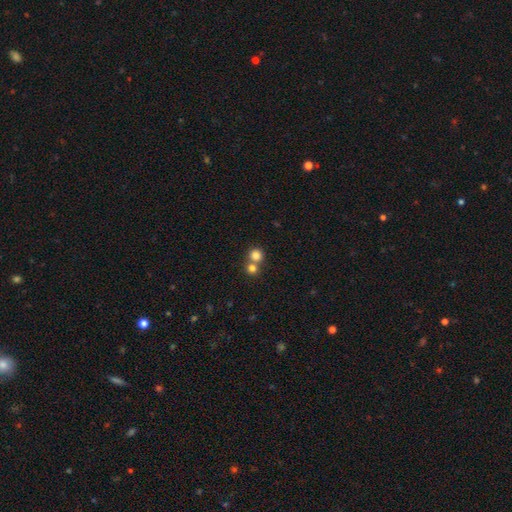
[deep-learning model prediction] smooth 81%, star or artifact 12%, featured or disk 8%. Down the decision tree: how rounded — round (91%); merging — none (52%).